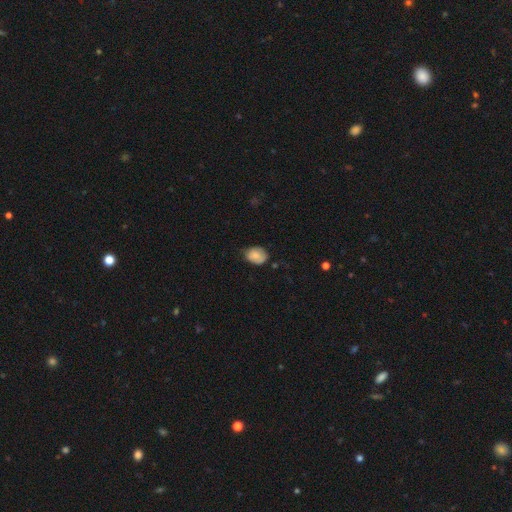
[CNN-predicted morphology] This appears to be a smooth galaxy with no disk features (77%) that is in between round and cigar-shaped (65%). Merging: none (55%).